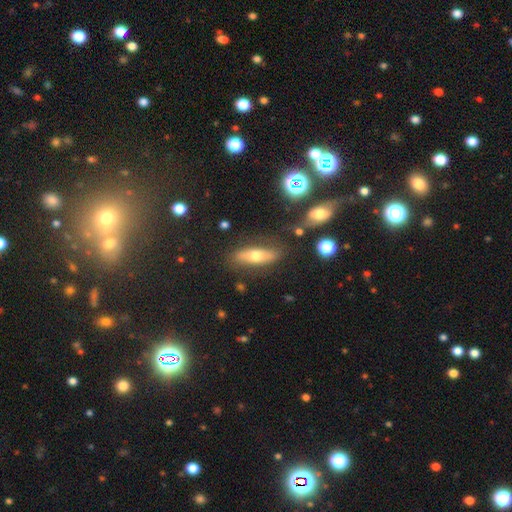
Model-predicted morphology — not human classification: smooth_or_featured: smooth (p=0.55) [alt: featured or disk p=0.35]
how_rounded: in between (p=0.50) [alt: cigar-shaped p=0.46]
merging: none (p=0.78) [alt: minor disturbance p=0.14]